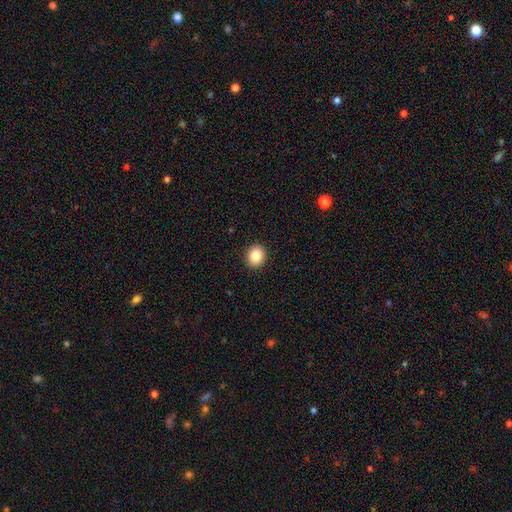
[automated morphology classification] type=smooth (85%); roundness=round (69%); merging=none (92%).